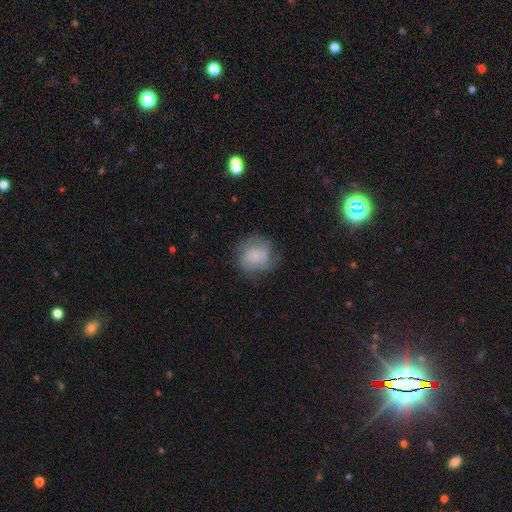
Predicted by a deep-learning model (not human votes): Overall: smooth (55%; featured or disk 36%). How rounded: round (79%). Merging: none (62%; minor disturbance 23%).